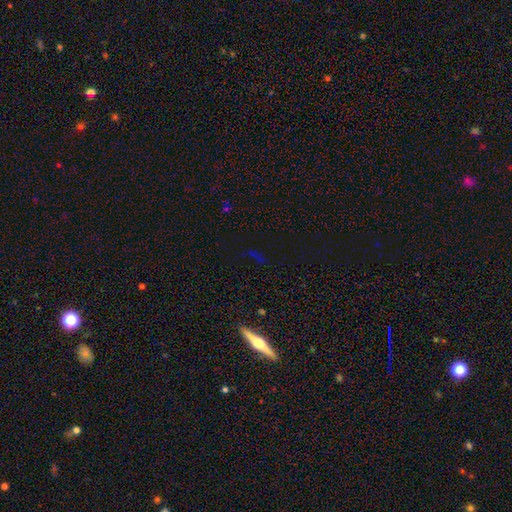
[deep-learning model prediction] A star or artifact, not a galaxy (69%).